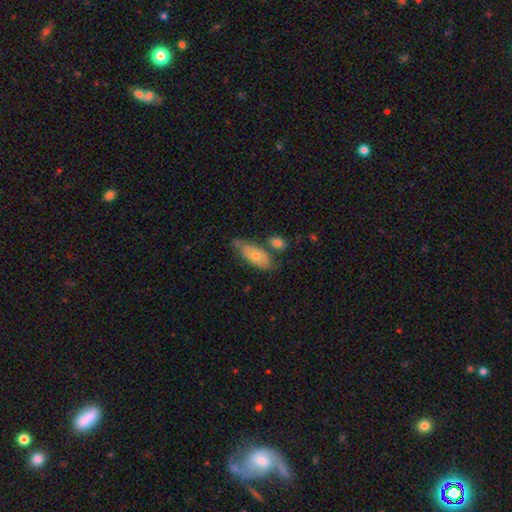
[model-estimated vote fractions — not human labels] The model was most divided on "smooth or featured": smooth: 60%, featured or disk: 33%, star or artifact: 7%. More confident: how rounded — in between (82%); merging — none (55%).